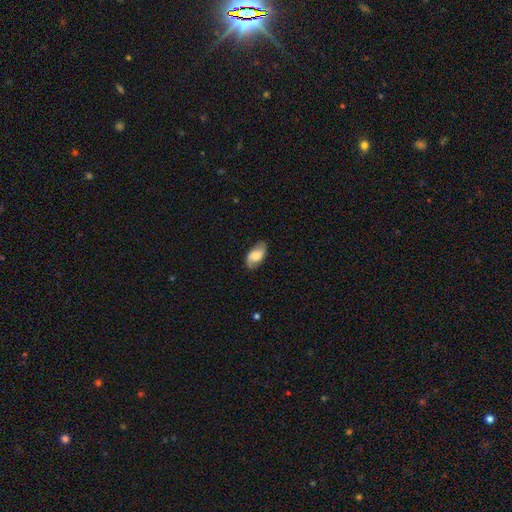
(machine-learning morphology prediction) A smooth galaxy with no disk features (65%) that is in between round and cigar-shaped (92%). Merging: none (79%).